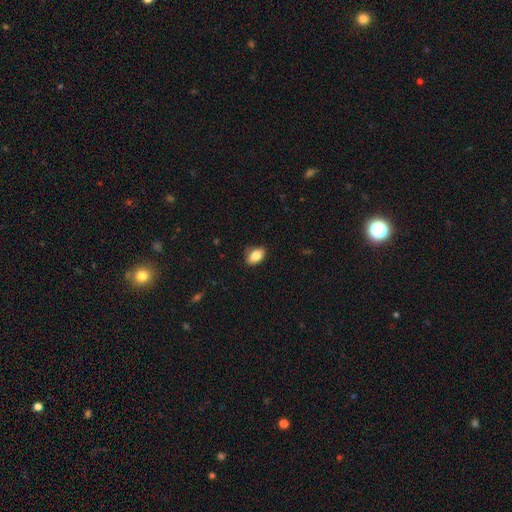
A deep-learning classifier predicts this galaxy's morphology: A smooth galaxy with no disk features (84%) that is in between round and cigar-shaped (88%).

Vote fractions:
- Smooth or featured? smooth: 84% / featured or disk: 8% / star or artifact: 8%
- How rounded? in between: 88% / round: 10% / cigar-shaped: 2%
- Merging? none: 81% / minor disturbance: 15% / major disturbance: 3% / merger: 1%